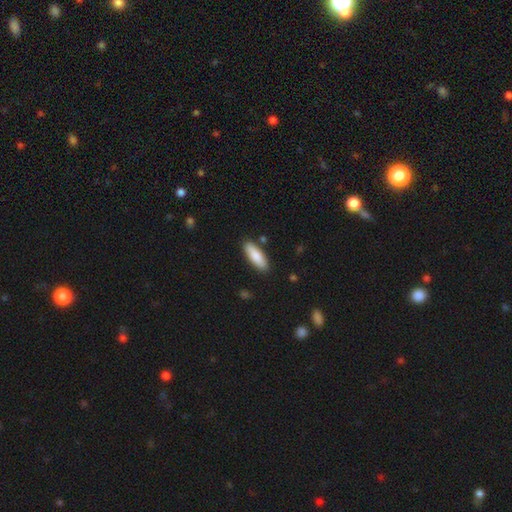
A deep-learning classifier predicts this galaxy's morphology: Smooth or featured? smooth (83%)
How rounded? in between (57%)
Merging? none (87%)